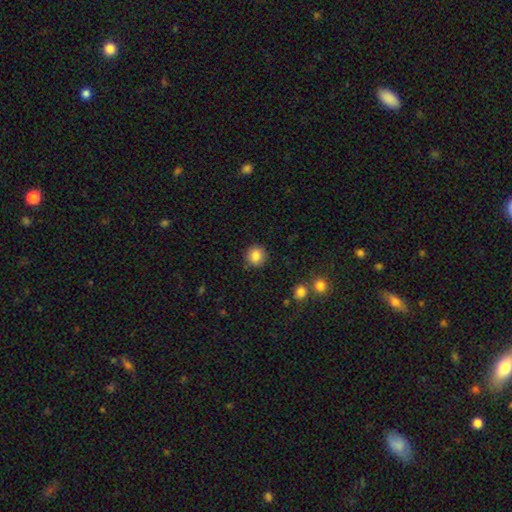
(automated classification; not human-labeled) A smooth galaxy with no disk features (85%) that is round (91%).

Vote fractions:
- Smooth or featured? smooth: 85% / star or artifact: 10% / featured or disk: 5%
- How rounded? round: 91% / in between: 8% / cigar-shaped: 1%
- Merging? none: 89% / minor disturbance: 7% / major disturbance: 2% / merger: 2%